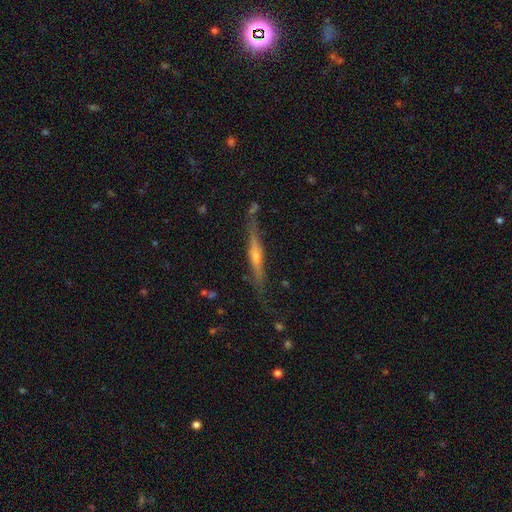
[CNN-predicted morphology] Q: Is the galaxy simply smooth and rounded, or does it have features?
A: featured or disk — 71%.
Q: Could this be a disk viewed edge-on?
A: yes — 95%.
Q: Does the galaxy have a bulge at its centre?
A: rounded — 66%.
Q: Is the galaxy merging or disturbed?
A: none — 76%.